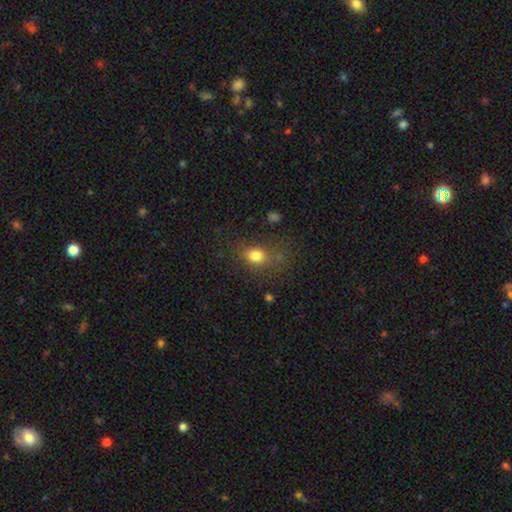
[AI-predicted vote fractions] Overall: smooth (80%). How rounded: in between (58%; round 40%). Merging: none (65%).